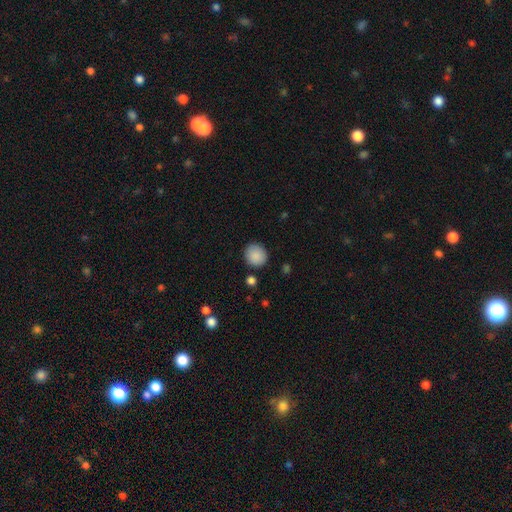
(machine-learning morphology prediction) This is clearly a smooth galaxy (88%). How rounded: clearly round (87%). Merging: clearly none (87%).